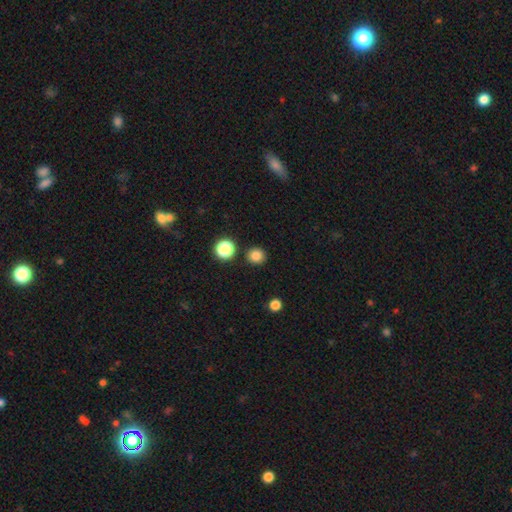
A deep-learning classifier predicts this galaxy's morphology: A smooth galaxy with no disk features (83%) that is round (92%).

Vote fractions:
- Smooth or featured? smooth: 83% / star or artifact: 13% / featured or disk: 4%
- How rounded? round: 92% / in between: 7% / cigar-shaped: 1%
- Merging? none: 90% / minor disturbance: 5% / merger: 3% / major disturbance: 2%